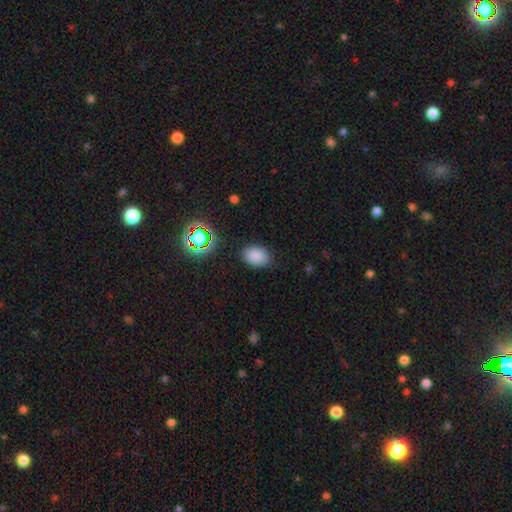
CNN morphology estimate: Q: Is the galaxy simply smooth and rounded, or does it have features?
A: smooth — 80%.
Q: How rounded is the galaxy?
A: in between — 81%.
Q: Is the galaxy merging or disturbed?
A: none — 79%.